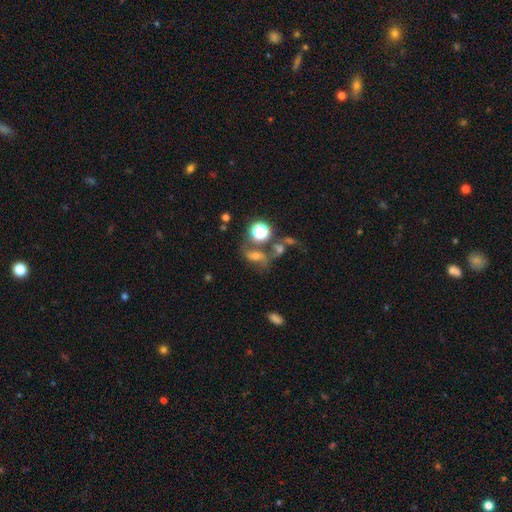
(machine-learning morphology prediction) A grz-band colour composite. It shows a featured or disk galaxy (37%). Merging: none (44%).